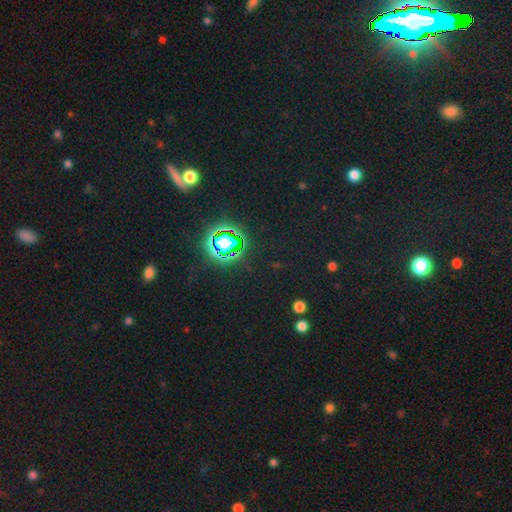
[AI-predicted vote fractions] Smooth or featured? star or artifact (80%)